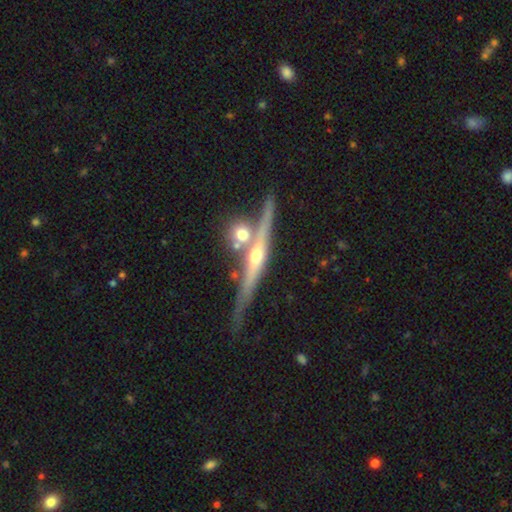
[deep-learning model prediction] A featured or disk galaxy (76%) viewed edge-on (94%) with a rounded central bulge (86%).

Vote fractions:
- Smooth or featured? featured or disk: 76% / smooth: 16% / star or artifact: 7%
- Edge-on disk? yes: 94% / no: 6%
- Edge-on bulge? rounded: 86% / none: 10% / boxy: 4%
- Merging? none: 65% / merger: 19% / minor disturbance: 12% / major disturbance: 4%